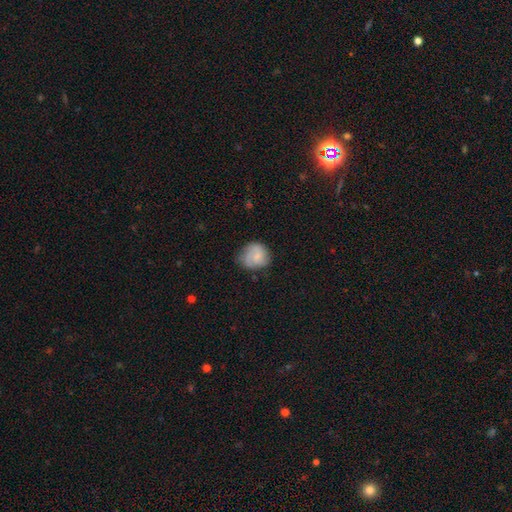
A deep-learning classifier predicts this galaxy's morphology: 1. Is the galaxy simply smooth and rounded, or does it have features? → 59% smooth, 33% featured or disk, 7% star or artifact.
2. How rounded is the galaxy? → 75% round, 24% in between, 1% cigar-shaped.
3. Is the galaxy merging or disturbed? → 57% none, 30% minor disturbance, 11% major disturbance, 2% merger.